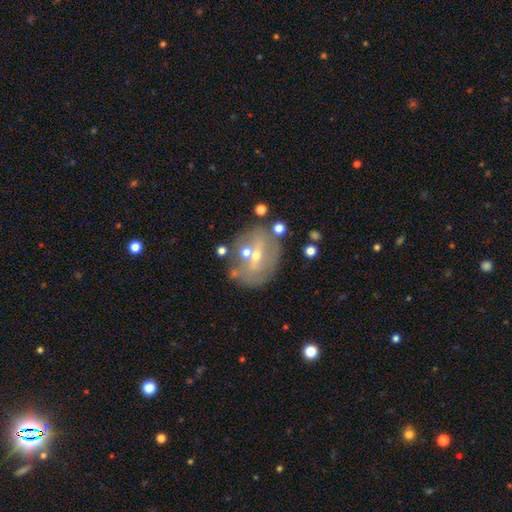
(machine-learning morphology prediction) Smooth or featured?
  - featured or disk: 60% *
  - smooth: 25%
  - star or artifact: 15%
Edge-on disk?
  - no: 91% *
  - yes: 9%
Bar?
  - no: 42% *
  - weak: 36%
  - strong: 22%
Spiral arms?
  - no: 67% *
  - yes: 33%
Bulge size?
  - small: 63% *
  - moderate: 32%
  - none: 3%
  - large: 1%
  - dominant: 1%
Merging?
  - none: 61% *
  - minor disturbance: 18%
  - merger: 11%
  - major disturbance: 10%